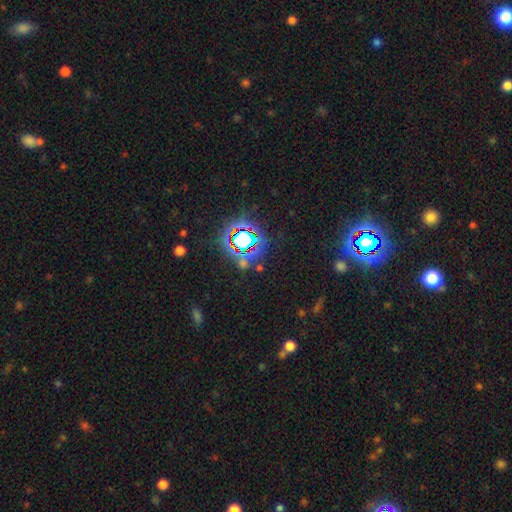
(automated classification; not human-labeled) This appears to be a star or artifact, not a galaxy (68%).